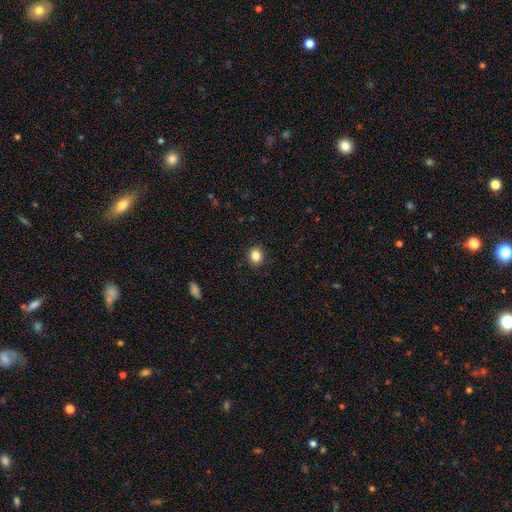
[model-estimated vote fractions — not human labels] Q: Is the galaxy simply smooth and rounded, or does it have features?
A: smooth — 85%.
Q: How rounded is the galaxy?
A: round — 68%.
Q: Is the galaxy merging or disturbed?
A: none — 90%.